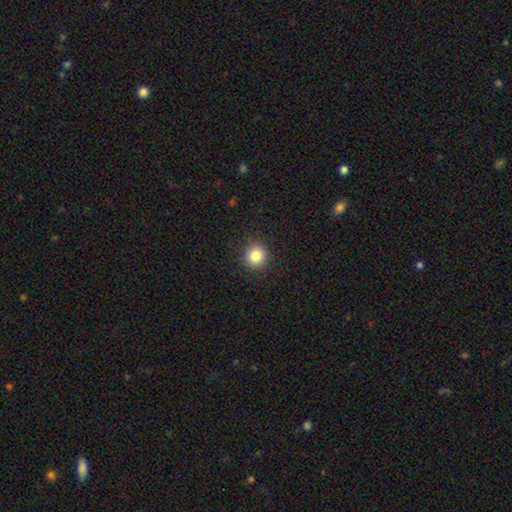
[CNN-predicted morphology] smooth_or_featured: smooth (p=0.83) [alt: star or artifact p=0.11]
how_rounded: round (p=0.90) [alt: in between p=0.09]
merging: none (p=0.90) [alt: minor disturbance p=0.07]